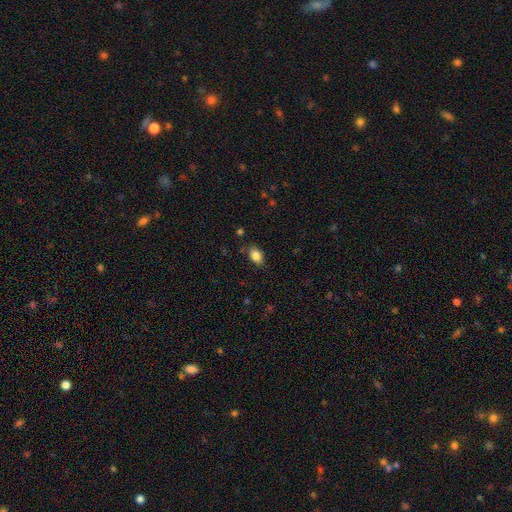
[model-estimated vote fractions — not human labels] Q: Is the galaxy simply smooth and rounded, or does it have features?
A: smooth — 85%.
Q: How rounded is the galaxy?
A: in between — 85%.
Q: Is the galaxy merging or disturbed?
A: none — 81%.